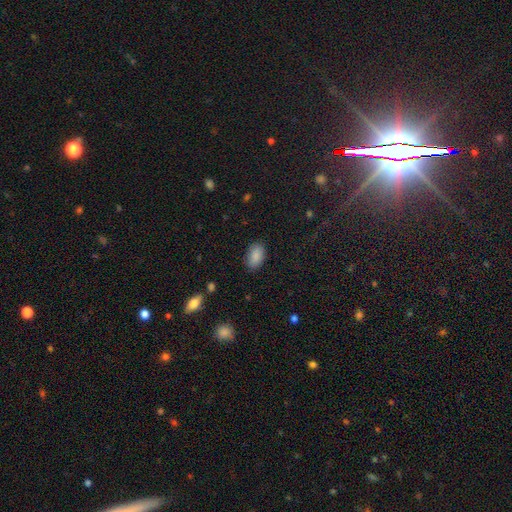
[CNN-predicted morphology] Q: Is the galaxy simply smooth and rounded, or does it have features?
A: smooth — 88%.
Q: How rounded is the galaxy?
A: in between — 92%.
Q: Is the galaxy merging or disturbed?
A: none — 84%.